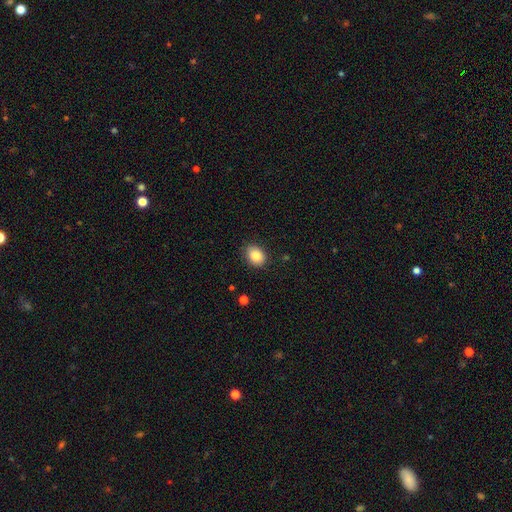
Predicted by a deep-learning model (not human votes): Overall: smooth (87%). How rounded: in between (63%; round 36%). Merging: none (84%).